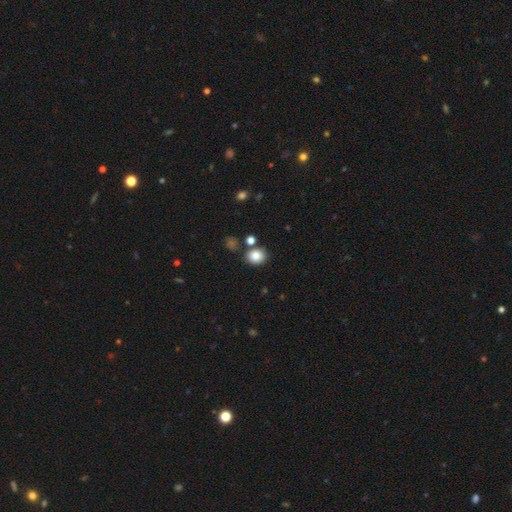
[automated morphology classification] The model was most divided on "how rounded": round: 69%, in between: 30%, cigar-shaped: 1%. More confident: smooth or featured — smooth (84%); merging — none (75%).